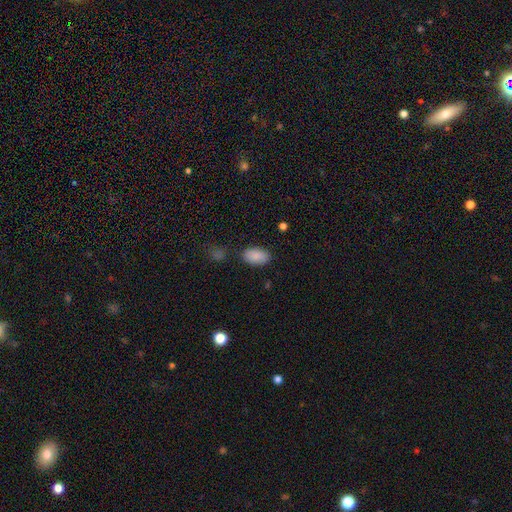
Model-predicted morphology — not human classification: This is clearly a smooth galaxy (88%). How rounded: clearly in between (94%). Merging: clearly none (82%).